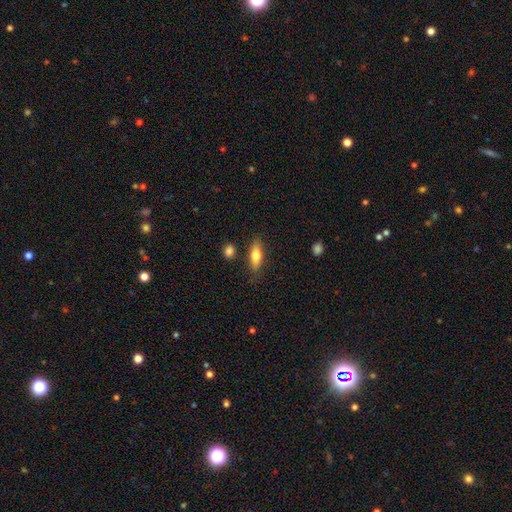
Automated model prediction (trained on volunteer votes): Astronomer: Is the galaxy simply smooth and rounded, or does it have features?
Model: smooth — 76%.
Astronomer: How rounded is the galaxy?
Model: in between — 63%.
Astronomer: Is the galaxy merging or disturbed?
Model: none — 80%.